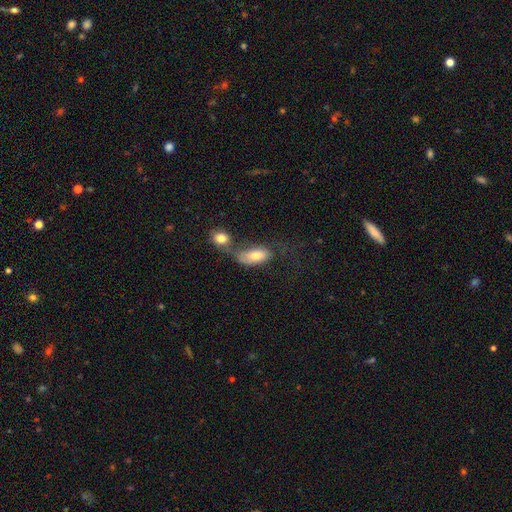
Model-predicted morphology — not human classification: Q: Smooth or featured?
A: smooth (73%); runner-up: featured or disk (19%)
Q: How rounded?
A: in between (90%); runner-up: round (5%)
Q: Merging?
A: merger (51%); runner-up: none (22%)